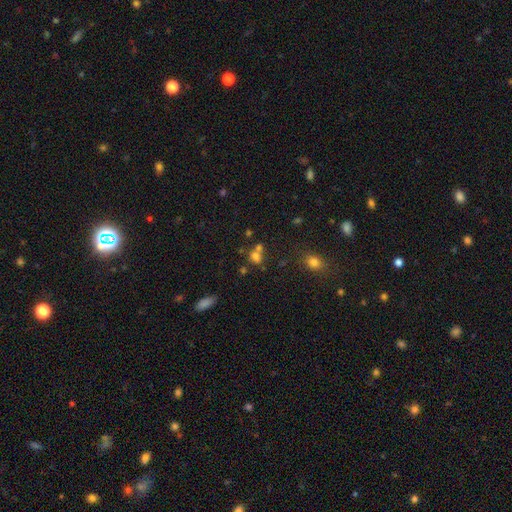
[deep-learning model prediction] Q: Smooth or featured?
A: smooth (68%); runner-up: star or artifact (19%)
Q: How rounded?
A: round (59%); runner-up: in between (40%)
Q: Merging?
A: merger (45%); runner-up: none (40%)